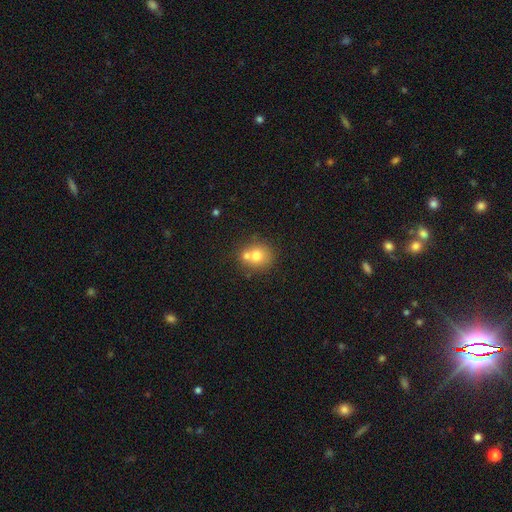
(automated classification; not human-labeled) Q: Smooth or featured?
A: smooth (71%); runner-up: featured or disk (18%)
Q: How rounded?
A: round (83%); runner-up: in between (16%)
Q: Merging?
A: none (48%); runner-up: merger (41%)